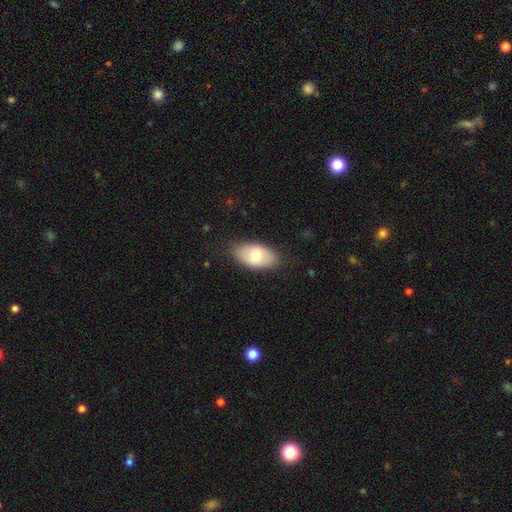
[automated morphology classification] Overall: smooth (71%). How rounded: in between (93%). Merging: none (82%).